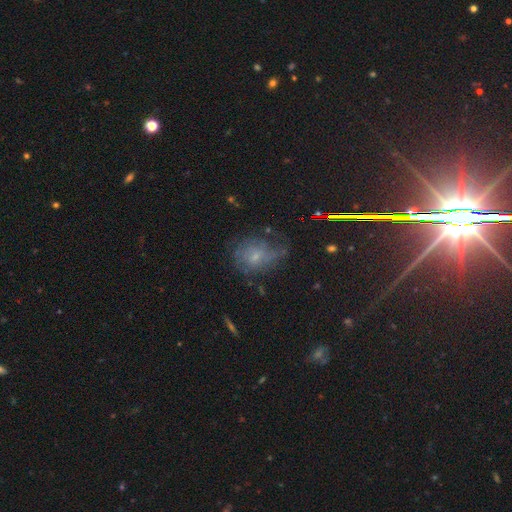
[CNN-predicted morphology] Overall: featured or disk (47%; smooth 35%). Merging: none (50%; minor disturbance 27%).